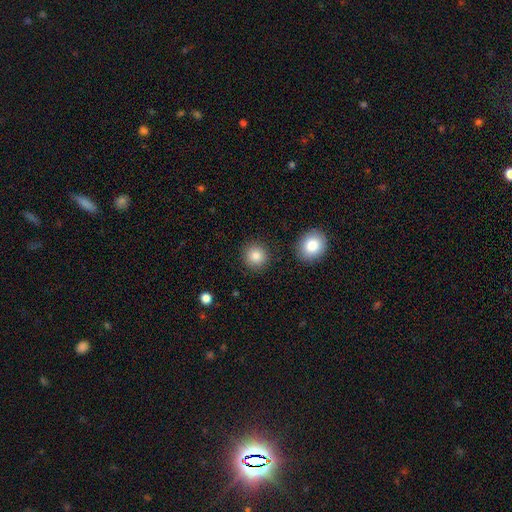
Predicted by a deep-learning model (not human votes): smooth_or_featured: smooth (p=0.85) [alt: star or artifact p=0.09]
how_rounded: round (p=0.92) [alt: in between p=0.07]
merging: none (p=0.89) [alt: minor disturbance p=0.06]